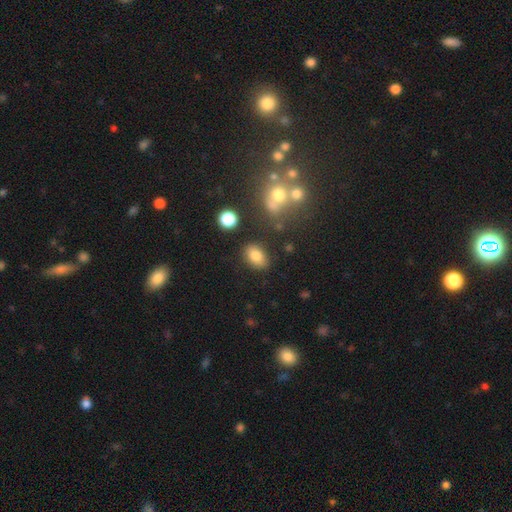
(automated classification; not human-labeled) Smooth or featured?
  - smooth: 81% *
  - star or artifact: 10%
  - featured or disk: 9%
How rounded?
  - in between: 82% *
  - round: 16%
  - cigar-shaped: 2%
Merging?
  - none: 81% *
  - minor disturbance: 11%
  - merger: 4%
  - major disturbance: 3%